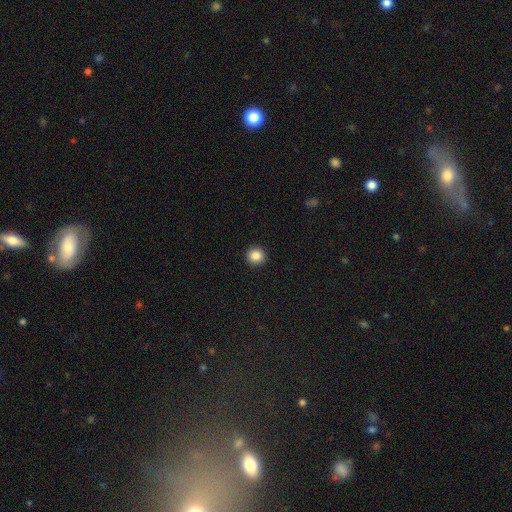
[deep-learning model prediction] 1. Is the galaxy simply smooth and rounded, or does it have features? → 86% smooth, 10% star or artifact, 4% featured or disk.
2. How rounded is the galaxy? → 95% round, 4% in between, 1% cigar-shaped.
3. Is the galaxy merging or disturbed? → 93% none, 4% minor disturbance, 2% major disturbance, 1% merger.